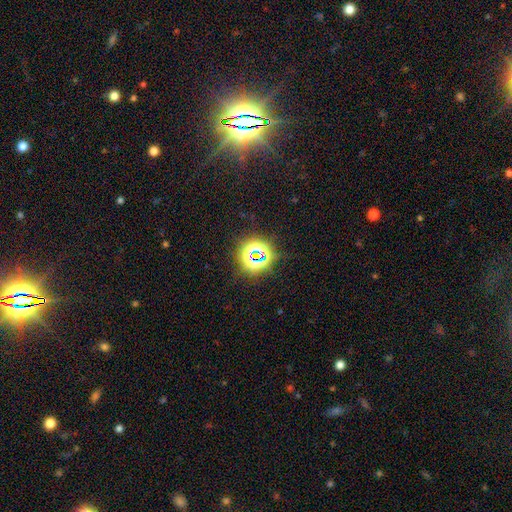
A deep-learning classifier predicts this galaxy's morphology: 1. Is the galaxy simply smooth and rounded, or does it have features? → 71% star or artifact, 20% smooth, 9% featured or disk.